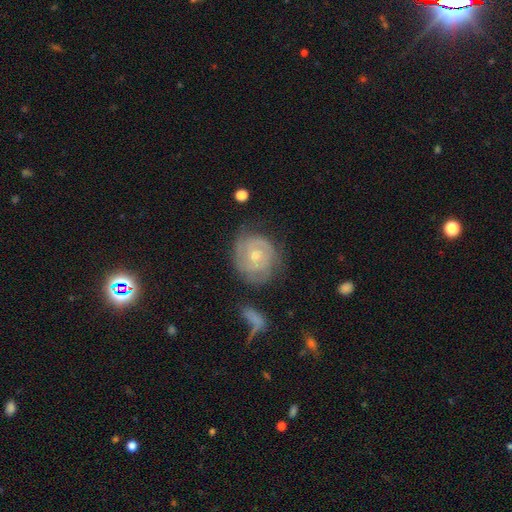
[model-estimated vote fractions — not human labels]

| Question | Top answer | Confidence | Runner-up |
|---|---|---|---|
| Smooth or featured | featured or disk | 77% | smooth (17%) |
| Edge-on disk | no | 97% | yes (3%) |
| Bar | no | 76% | weak (20%) |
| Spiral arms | yes | 90% | no (10%) |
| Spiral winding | tight | 68% | medium (25%) |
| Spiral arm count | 2 | 40% | can't tell (30%) |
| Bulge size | small | 53% | moderate (43%) |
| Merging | none | 65% | minor disturbance (21%) |